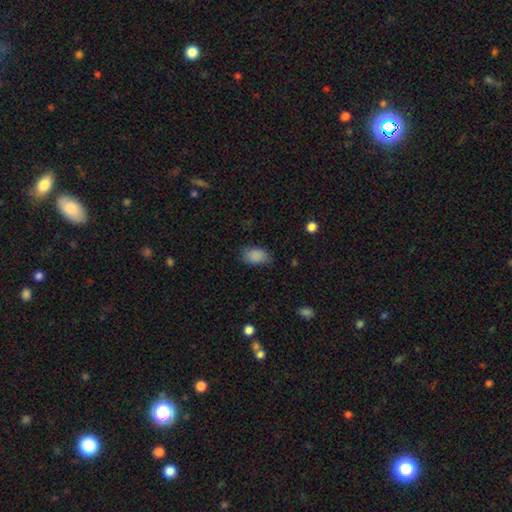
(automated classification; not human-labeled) Morphology: type=smooth (87%); roundness=in between (87%); merging=none (75%).